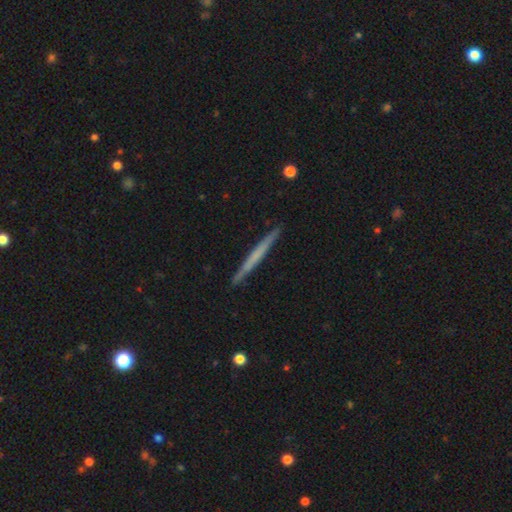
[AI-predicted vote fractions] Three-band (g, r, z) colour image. It shows a smooth galaxy with no disk features (48%). Merging: none (92%).